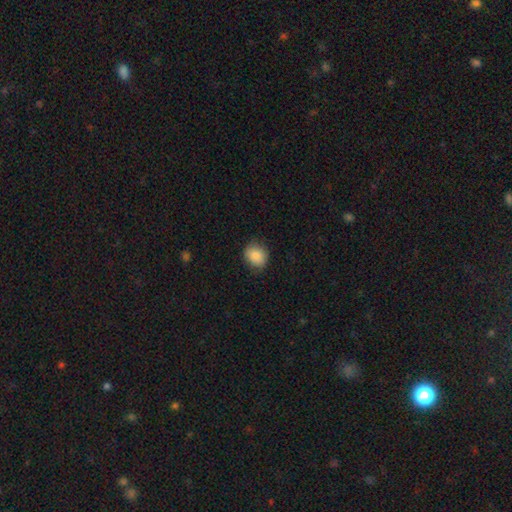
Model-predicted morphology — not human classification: Smooth or featured? Predicted: smooth (p=0.85). How rounded? Predicted: round (p=0.70). Merging? Predicted: none (p=0.80).